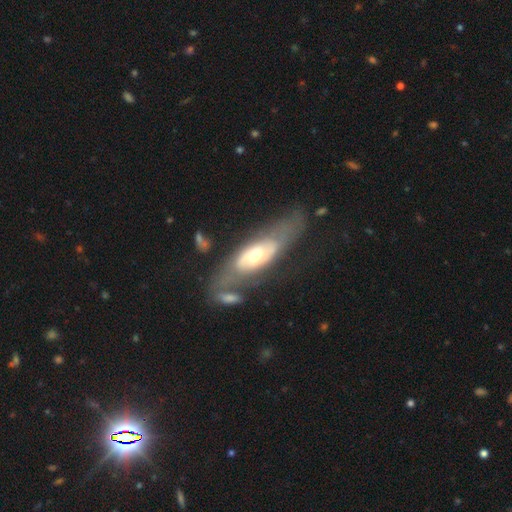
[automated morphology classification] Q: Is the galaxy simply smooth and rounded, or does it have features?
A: featured or disk — 61%.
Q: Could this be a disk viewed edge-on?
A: no — 77%.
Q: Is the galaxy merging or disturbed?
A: none — 46%.